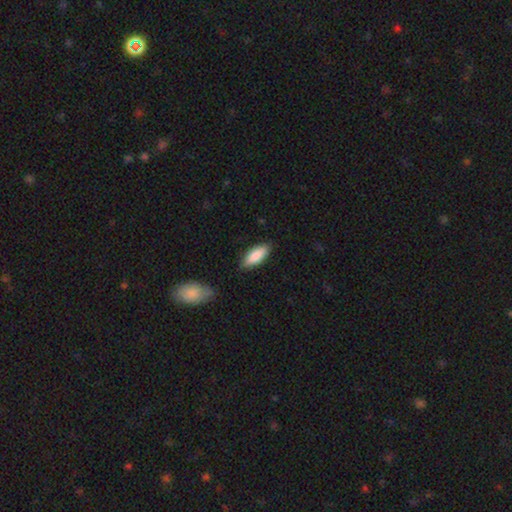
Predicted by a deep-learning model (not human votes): Overall: smooth (83%). How rounded: in between (72%). Merging: none (81%).